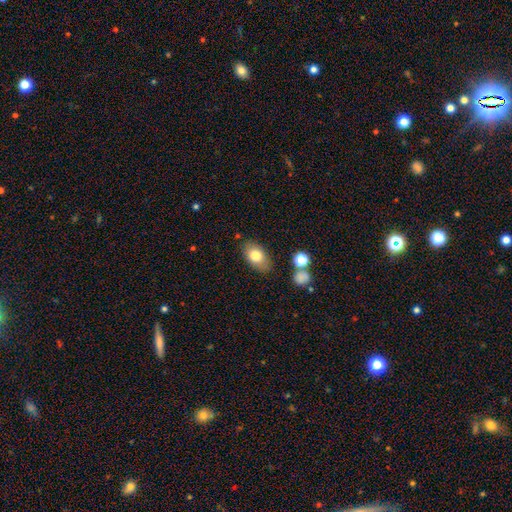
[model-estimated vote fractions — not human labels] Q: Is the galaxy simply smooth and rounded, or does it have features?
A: smooth — 77%.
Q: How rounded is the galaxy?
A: in between — 88%.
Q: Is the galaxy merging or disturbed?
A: none — 81%.